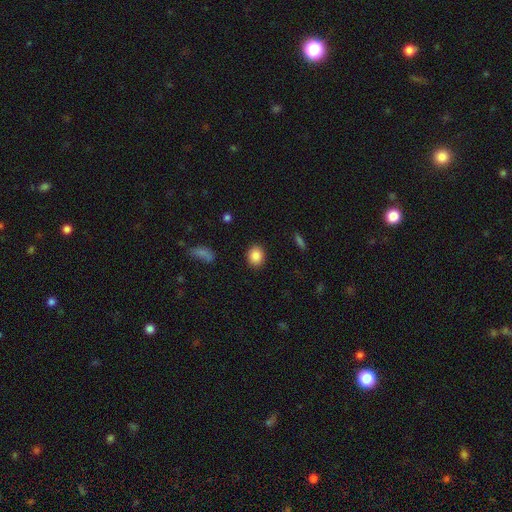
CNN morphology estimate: Smooth or featured: smooth — 87% (star or artifact — 8%)
How rounded: round — 56% (in between — 43%)
Merging: none — 89% (minor disturbance — 7%)